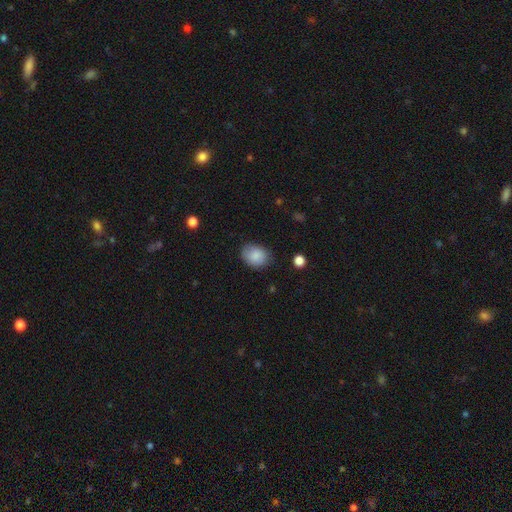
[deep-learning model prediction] Smooth or featured? Predicted: smooth (p=0.86). How rounded? Predicted: in between (p=0.61). Merging? Predicted: none (p=0.76).